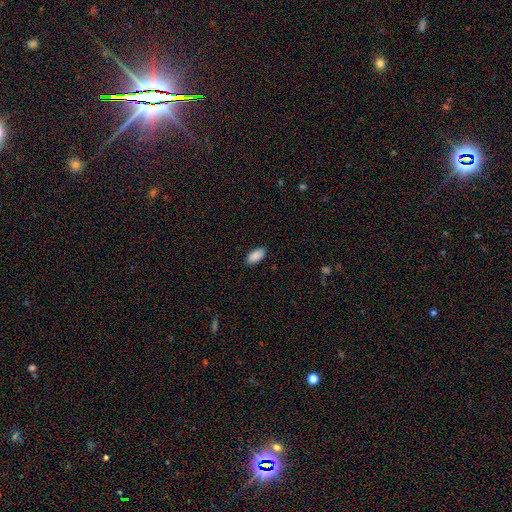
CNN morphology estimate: Smooth or featured: smooth — 90% (star or artifact — 7%)
How rounded: in between — 95% (cigar-shaped — 3%)
Merging: none — 89% (minor disturbance — 8%)